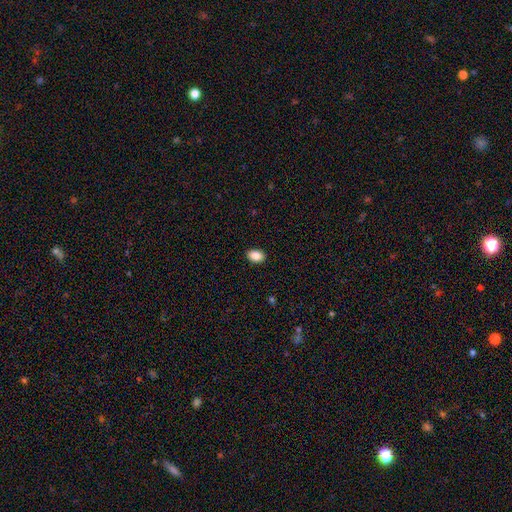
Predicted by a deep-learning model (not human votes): Q: Smooth or featured?
A: smooth (88%); runner-up: star or artifact (8%)
Q: How rounded?
A: in between (85%); runner-up: round (14%)
Q: Merging?
A: none (89%); runner-up: minor disturbance (8%)